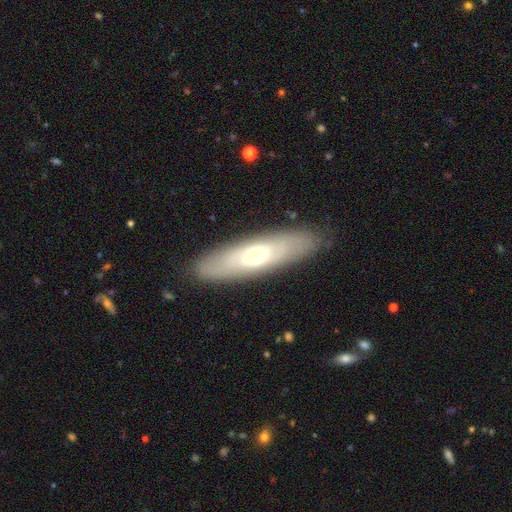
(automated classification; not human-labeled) This appears to be a featured or disk galaxy (48%). Merging: none (87%).